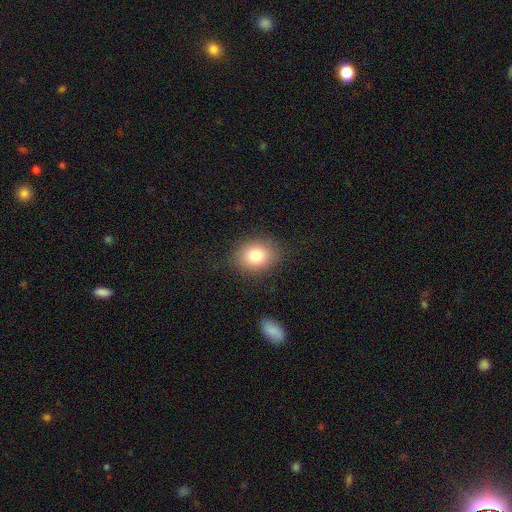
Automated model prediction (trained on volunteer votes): Overall: smooth (80%). How rounded: in between (52%; round 47%). Merging: none (84%).